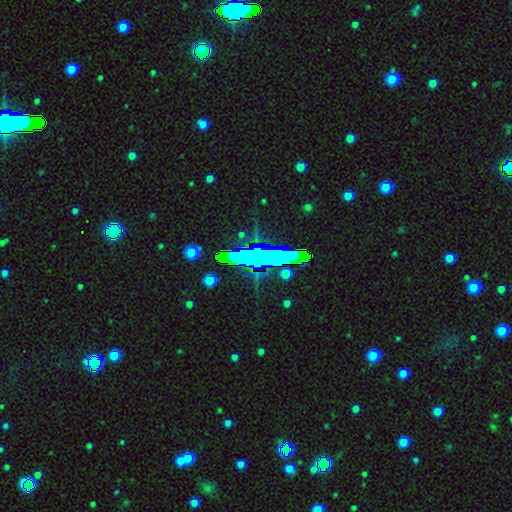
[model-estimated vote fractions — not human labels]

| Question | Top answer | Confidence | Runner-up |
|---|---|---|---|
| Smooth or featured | star or artifact | 66% | smooth (19%) |